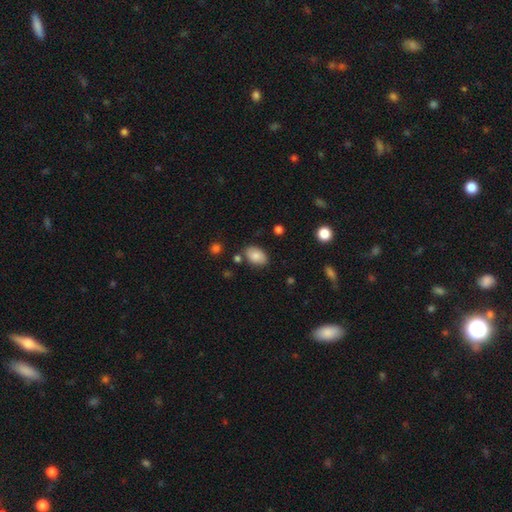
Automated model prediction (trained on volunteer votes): smooth-or-featured: smooth: 84% | featured or disk: 8% | star or artifact: 8%
  how-rounded: in between: 88% | round: 11% | cigar-shaped: 1%
  merging: none: 81% | minor disturbance: 13% | merger: 4% | major disturbance: 3%